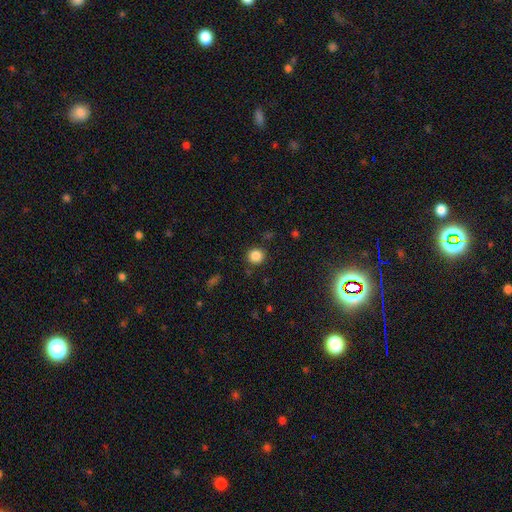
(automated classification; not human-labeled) Q: Smooth or featured?
A: smooth (85%); runner-up: star or artifact (12%)
Q: How rounded?
A: round (92%); runner-up: in between (7%)
Q: Merging?
A: none (88%); runner-up: minor disturbance (7%)